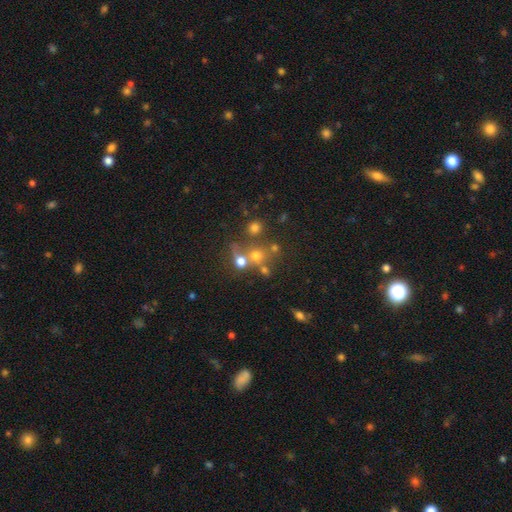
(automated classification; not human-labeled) Smooth or featured: smooth — 54% (star or artifact — 27%)
How rounded: round — 83% (in between — 15%)
Merging: none — 51% (merger — 34%)